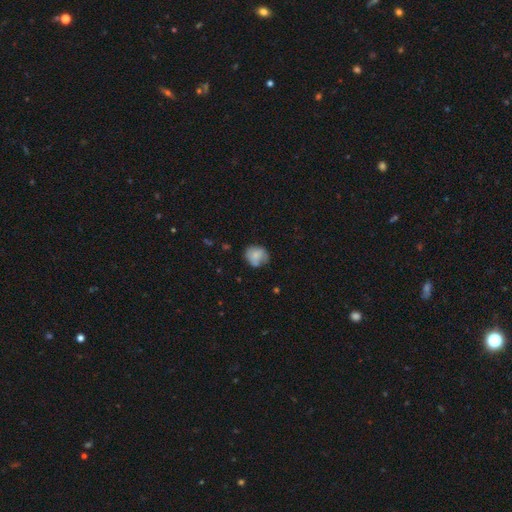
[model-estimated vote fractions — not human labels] smooth 74%, featured or disk 18%, star or artifact 8%. Down the decision tree: how rounded — round (68%); merging — none (58%).